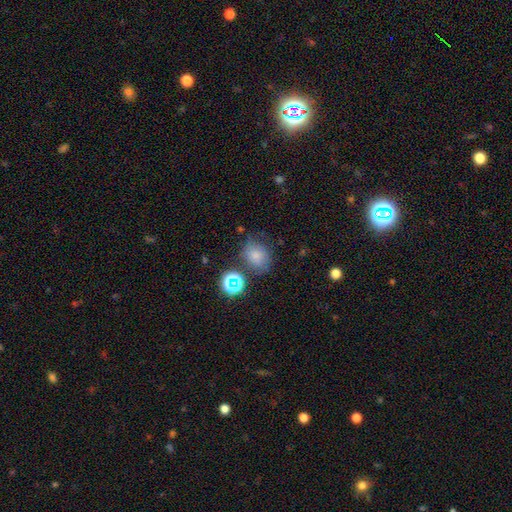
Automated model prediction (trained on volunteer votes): Smooth or featured?
  - smooth: 72% *
  - star or artifact: 17%
  - featured or disk: 11%
How rounded?
  - round: 59% *
  - in between: 40%
  - cigar-shaped: 1%
Merging?
  - none: 63% *
  - minor disturbance: 22%
  - major disturbance: 8%
  - merger: 7%